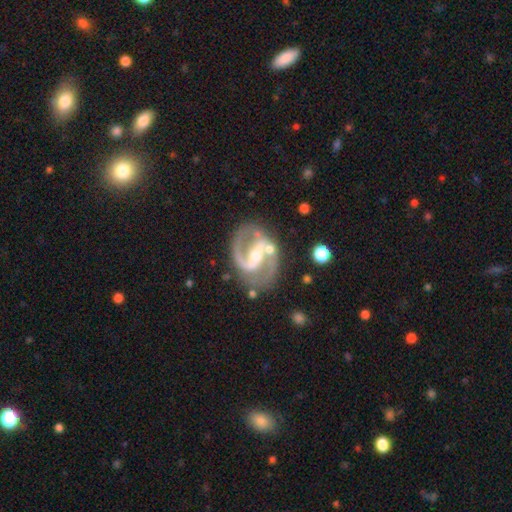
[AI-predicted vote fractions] A featured or disk galaxy (91%) with a strong bar (57%), 2 (91%) medium (60%) spiral arms (96%) and a moderate central bulge (49%).

Vote fractions:
- Smooth or featured? featured or disk: 91% / star or artifact: 5% / smooth: 5%
- Edge-on disk? no: 97% / yes: 3%
- Bar? strong: 57% / weak: 30% / no: 14%
- Spiral arms? yes: 96% / no: 4%
- Spiral winding? medium: 60% / loose: 20% / tight: 20%
- Spiral arm count? 2: 91% / 1: 3% / can't tell: 2% / 3: 2% / 4: 1% / more than 4: 1%
- Bulge size? moderate: 49% / small: 44% / large: 3% / none: 2% / dominant: 1%
- Merging? none: 69% / minor disturbance: 16% / major disturbance: 8% / merger: 7%